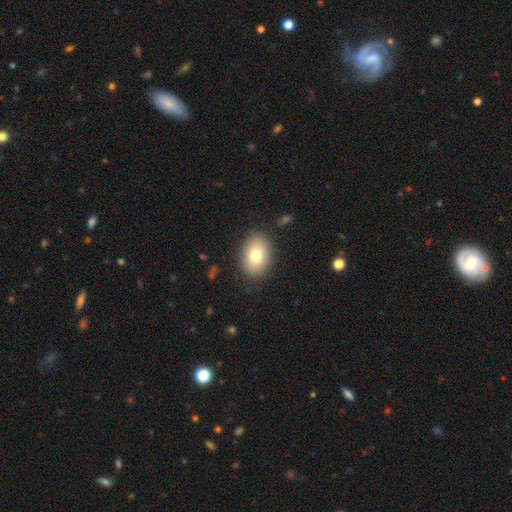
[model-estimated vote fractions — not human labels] smooth-or-featured: smooth: 80% | featured or disk: 12% | star or artifact: 8%
  how-rounded: in between: 80% | round: 19% | cigar-shaped: 1%
  merging: none: 87% | minor disturbance: 9% | major disturbance: 3% | merger: 1%